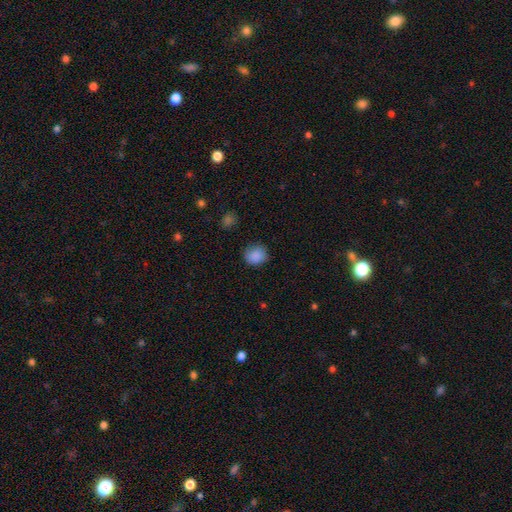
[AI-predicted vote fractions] The model was most divided on "how rounded": round: 77%, in between: 22%, cigar-shaped: 1%. More confident: smooth or featured — smooth (87%); merging — none (79%).